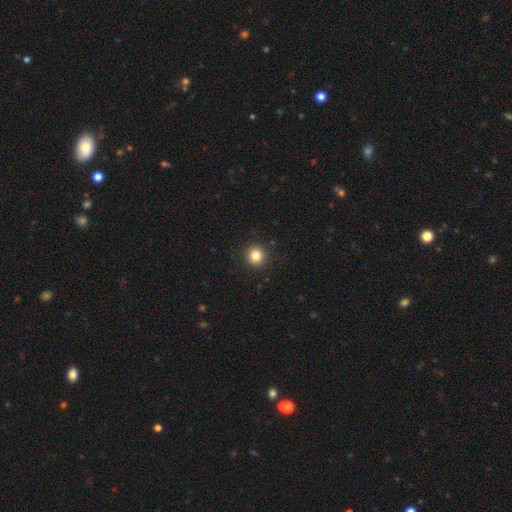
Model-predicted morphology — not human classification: This appears to be a smooth galaxy with no disk features (83%) that is round (93%). Merging: none (91%).